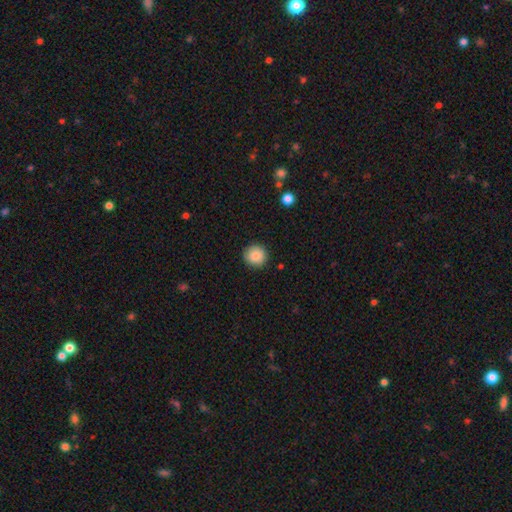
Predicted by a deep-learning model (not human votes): A smooth galaxy with no disk features (87%) that is round (94%). Merging: none (91%).